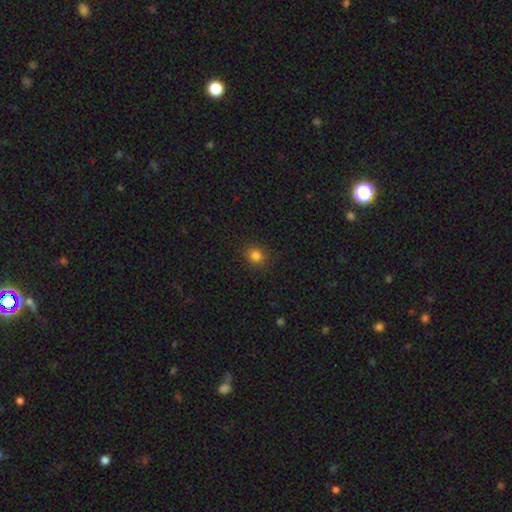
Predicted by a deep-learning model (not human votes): The model was most divided on "smooth or featured": smooth: 82%, star or artifact: 13%, featured or disk: 5%. More confident: merging — none (90%); how rounded — round (87%).